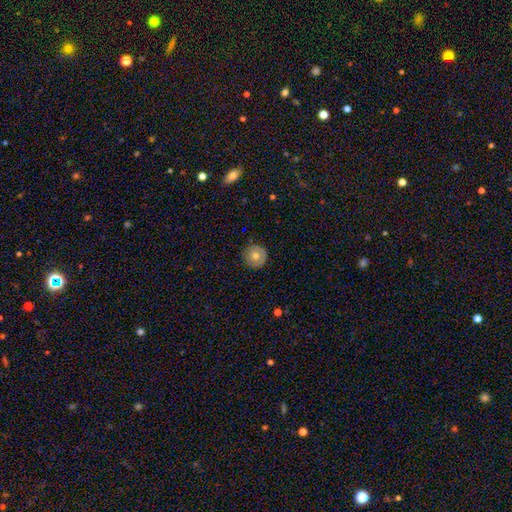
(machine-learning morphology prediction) A smooth galaxy with no disk features (62%) that is round (95%). Merging: none (86%).